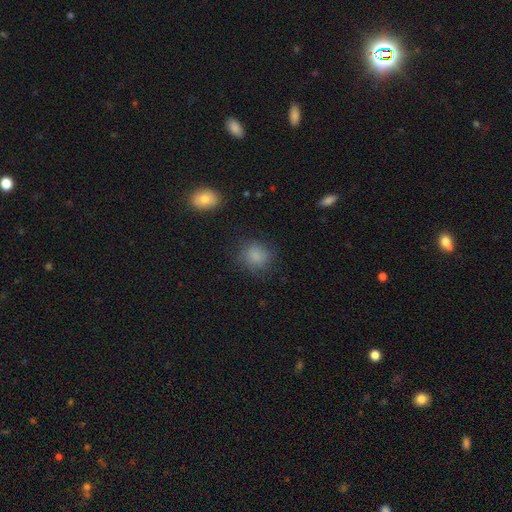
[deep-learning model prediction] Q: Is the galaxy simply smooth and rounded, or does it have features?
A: smooth — 83%.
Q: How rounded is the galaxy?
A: round — 84%.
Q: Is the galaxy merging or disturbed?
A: none — 80%.